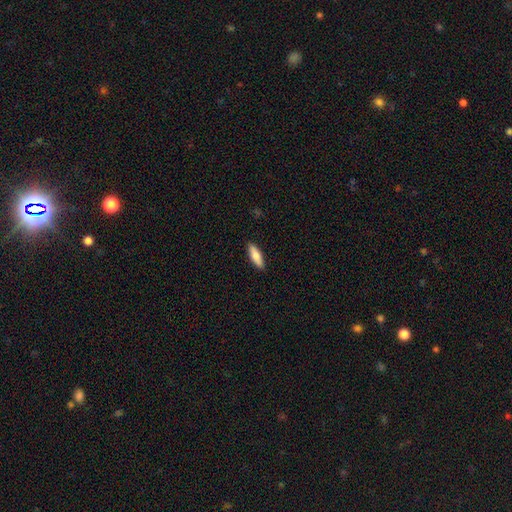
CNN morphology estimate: type=smooth (78%); roundness=cigar-shaped (52%); merging=none (90%).